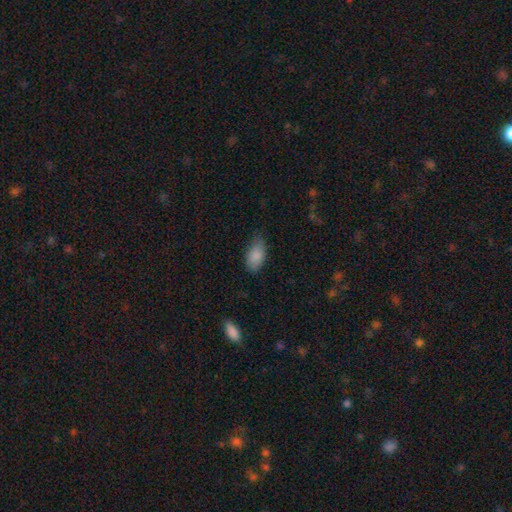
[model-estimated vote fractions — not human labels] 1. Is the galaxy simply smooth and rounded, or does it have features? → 86% smooth, 7% star or artifact, 7% featured or disk.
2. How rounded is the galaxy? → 93% in between, 4% cigar-shaped, 3% round.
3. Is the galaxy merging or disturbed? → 65% none, 29% minor disturbance, 5% major disturbance, 1% merger.